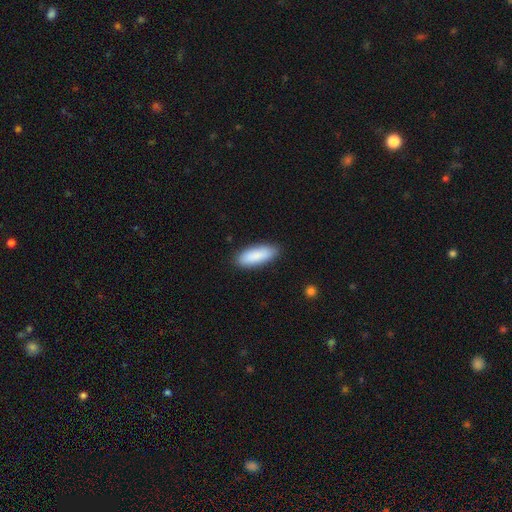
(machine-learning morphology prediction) Smooth or featured? Predicted: smooth (p=0.89). How rounded? Predicted: in between (p=0.69). Merging? Predicted: none (p=0.87).